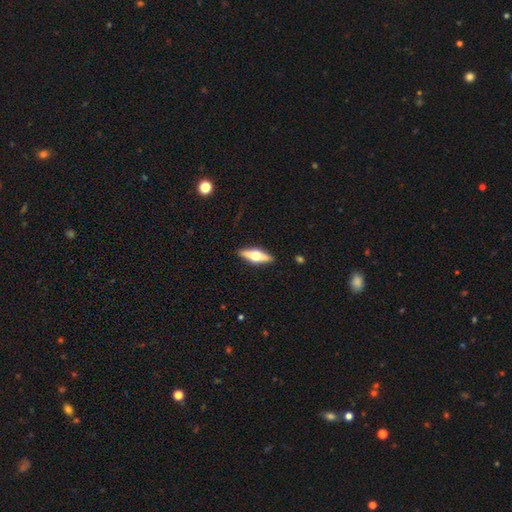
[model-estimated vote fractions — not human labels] This is possibly a featured or disk galaxy (59%). It is clearly viewed edge-on (94%). Edge-on bulge: clearly rounded (95%). Merging: clearly none (90%).